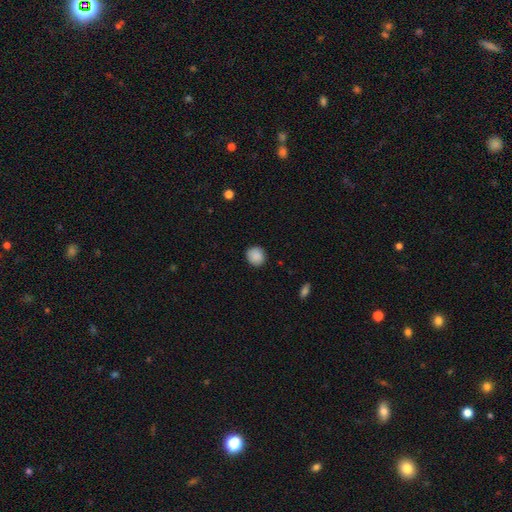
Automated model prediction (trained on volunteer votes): A smooth galaxy with no disk features (88%) that is round (85%). Merging: none (88%).